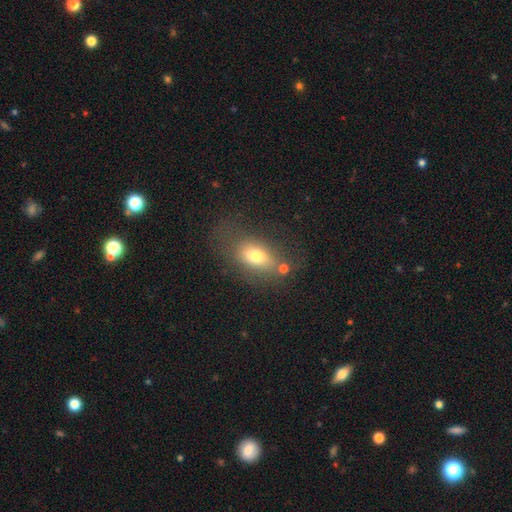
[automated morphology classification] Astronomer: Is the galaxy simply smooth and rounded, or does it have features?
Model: smooth — 71%.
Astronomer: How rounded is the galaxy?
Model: in between — 81%.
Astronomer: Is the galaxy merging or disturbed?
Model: none — 57%.